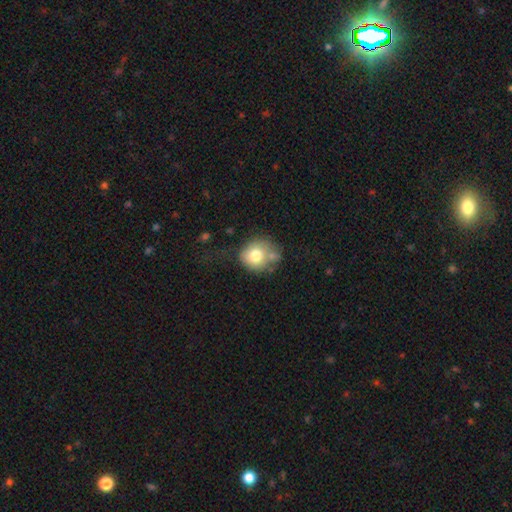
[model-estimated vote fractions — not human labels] Q: Smooth or featured?
A: smooth (73%); runner-up: featured or disk (18%)
Q: How rounded?
A: round (78%); runner-up: in between (21%)
Q: Merging?
A: none (47%); runner-up: minor disturbance (24%)